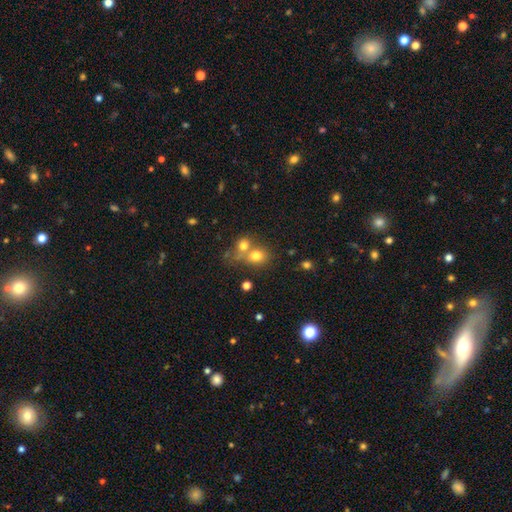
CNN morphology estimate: smooth 75%, star or artifact 13%, featured or disk 12%. Down the decision tree: how rounded — round (61%); merging — merger (48%).